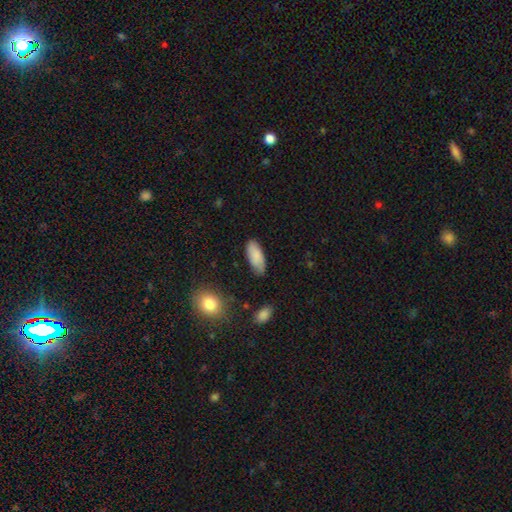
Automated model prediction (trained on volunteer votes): Overall: smooth (85%). How rounded: in between (83%). Merging: none (77%).